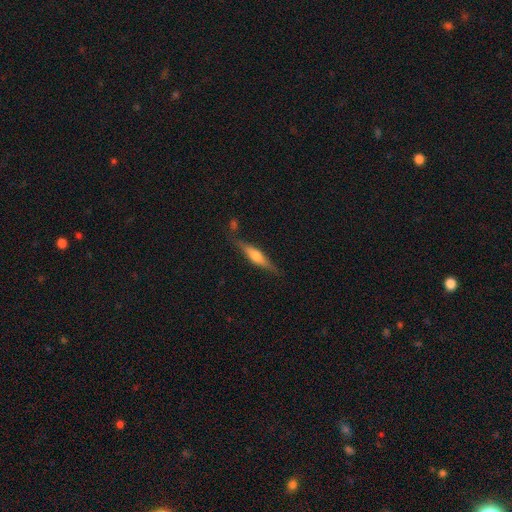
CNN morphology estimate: Overall: featured or disk (58%; smooth 36%). Edge-on disk: yes (95%). Edge-on bulge: rounded (85%). Merging: none (81%).